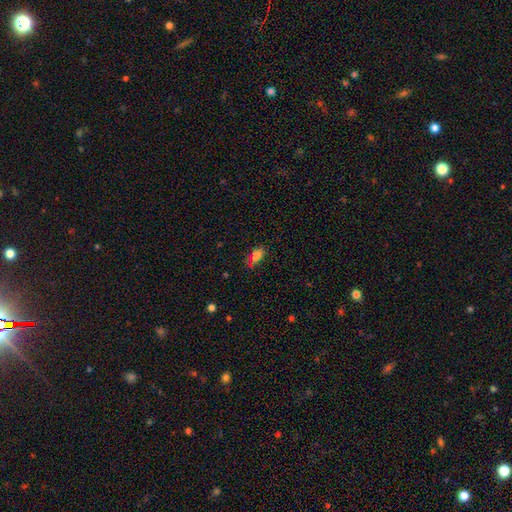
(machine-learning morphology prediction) This appears to be a smooth galaxy with no disk features (78%) that is in between round and cigar-shaped (82%). Merging: none (67%).